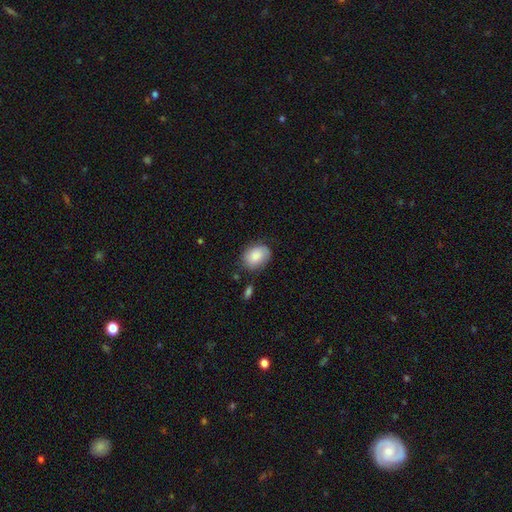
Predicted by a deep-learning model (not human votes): Smooth or featured? Predicted: smooth (p=0.76). How rounded? Predicted: in between (p=0.70). Merging? Predicted: none (p=0.68).